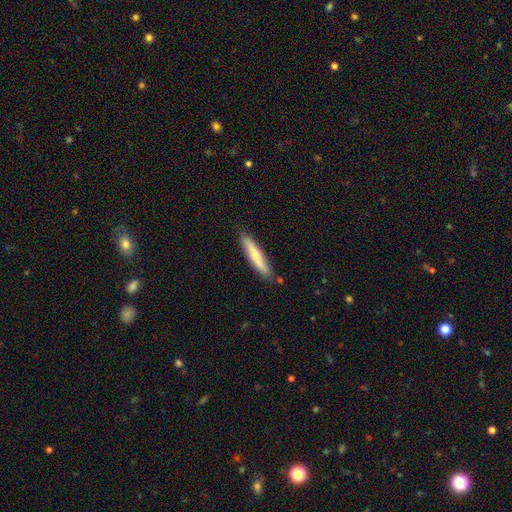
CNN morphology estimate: Smooth or featured?
  - smooth: 61% *
  - featured or disk: 33%
  - star or artifact: 5%
How rounded?
  - cigar-shaped: 89% *
  - in between: 10%
  - round: 1%
Merging?
  - none: 85% *
  - minor disturbance: 11%
  - merger: 2%
  - major disturbance: 2%